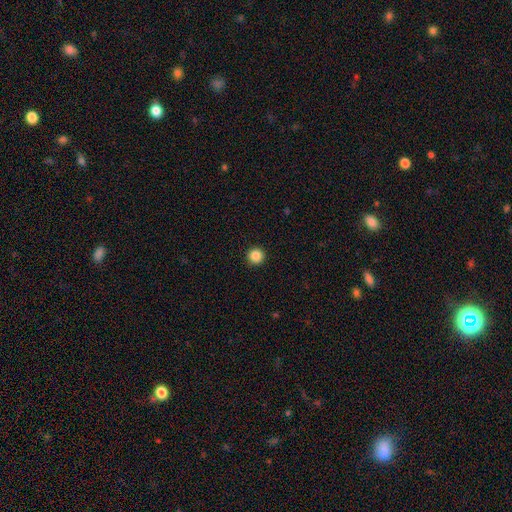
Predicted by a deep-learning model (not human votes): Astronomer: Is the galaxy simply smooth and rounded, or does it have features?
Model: smooth — 87%.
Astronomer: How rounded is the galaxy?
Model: round — 96%.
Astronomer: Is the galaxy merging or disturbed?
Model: none — 94%.